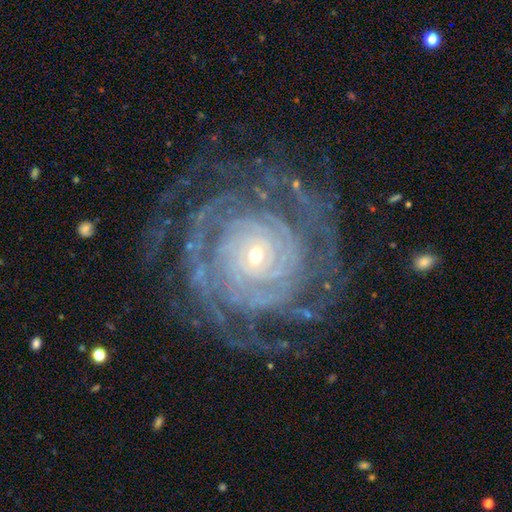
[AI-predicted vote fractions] Q: Smooth or featured?
A: featured or disk (89%); runner-up: star or artifact (6%)
Q: Edge-on disk?
A: no (97%); runner-up: yes (3%)
Q: Bar?
A: no (74%); runner-up: weak (17%)
Q: Spiral arms?
A: yes (97%); runner-up: no (3%)
Q: Spiral winding?
A: tight (84%); runner-up: medium (13%)
Q: Spiral arm count?
A: can't tell (26%); runner-up: more than 4 (20%)
Q: Bulge size?
A: small (77%); runner-up: moderate (18%)
Q: Merging?
A: none (75%); runner-up: minor disturbance (14%)